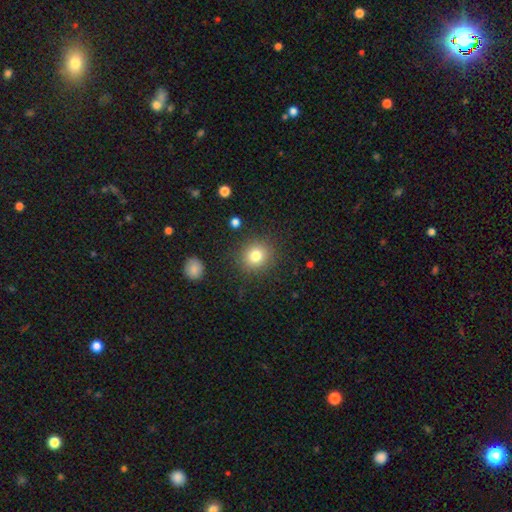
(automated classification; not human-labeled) Smooth or featured? Predicted: smooth (p=0.79). How rounded? Predicted: round (p=0.86). Merging? Predicted: none (p=0.87).